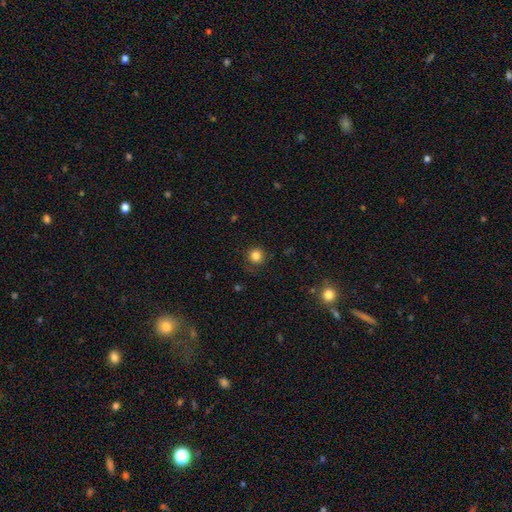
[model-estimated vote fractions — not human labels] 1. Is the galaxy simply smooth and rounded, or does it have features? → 83% smooth, 12% star or artifact, 5% featured or disk.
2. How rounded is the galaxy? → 93% round, 6% in between, 1% cigar-shaped.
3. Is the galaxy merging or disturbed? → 83% none, 11% minor disturbance, 4% major disturbance, 1% merger.